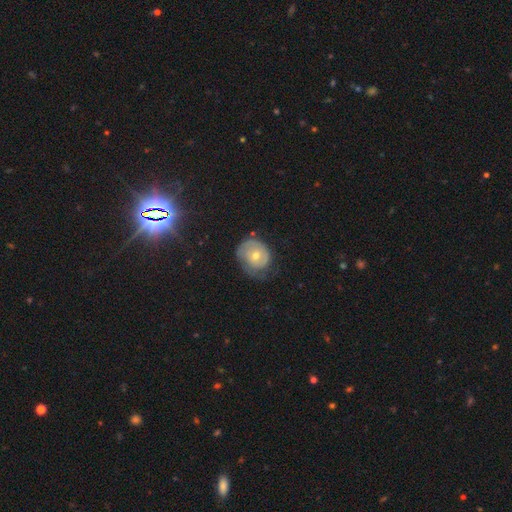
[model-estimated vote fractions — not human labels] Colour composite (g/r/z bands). It shows a featured or disk galaxy (61%) with no bar (81%), spiral arms (76%) and a moderate central bulge (56%). Merging: none (58%).